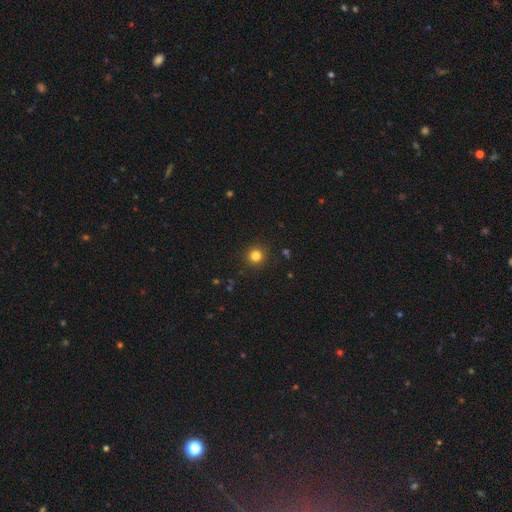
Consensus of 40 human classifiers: smooth-or-featured: smooth: 88% | star or artifact: 12% | featured or disk: 0%
  how-rounded: round: 97% | in between: 3% | cigar-shaped: 0%
  merging: none: 97% | minor disturbance: 3% | major disturbance: 0% | merger: 0%